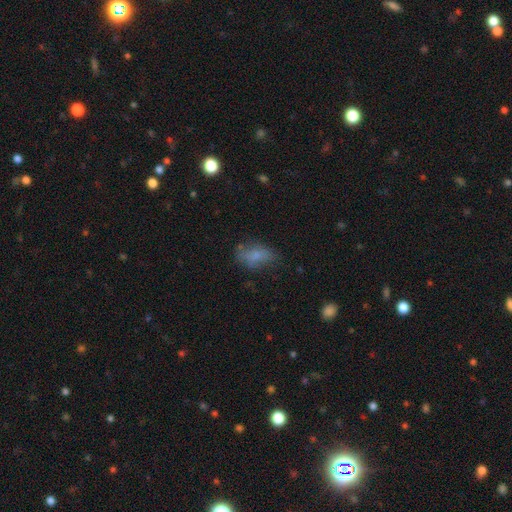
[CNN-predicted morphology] Smooth or featured? smooth (66%)
How rounded? in between (86%)
Merging? none (55%)